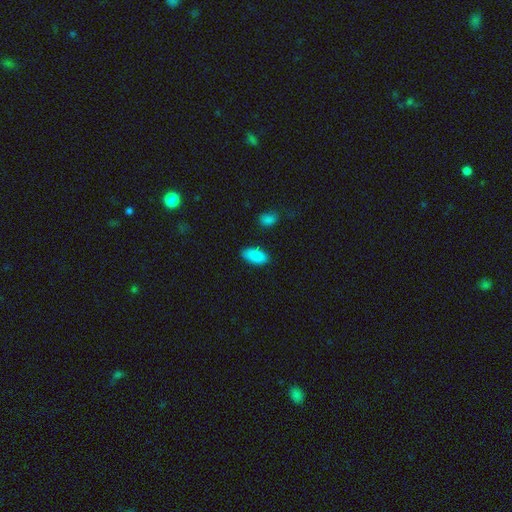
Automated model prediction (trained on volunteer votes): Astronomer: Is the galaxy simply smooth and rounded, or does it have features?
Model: smooth — 85%.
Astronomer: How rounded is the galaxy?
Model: in between — 94%.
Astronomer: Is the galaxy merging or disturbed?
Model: none — 82%.